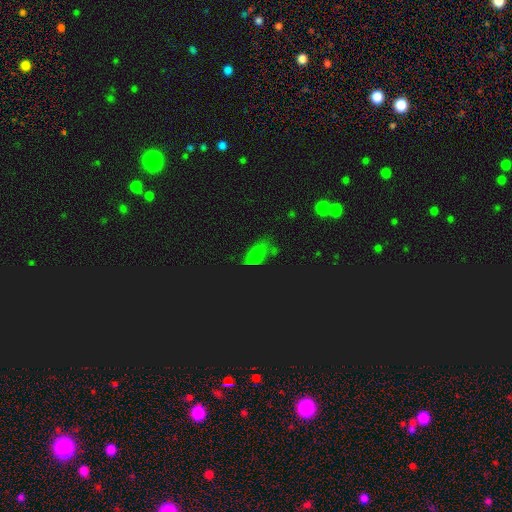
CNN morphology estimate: type=smooth (52%); roundness=in between (80%); merging=none (44%).